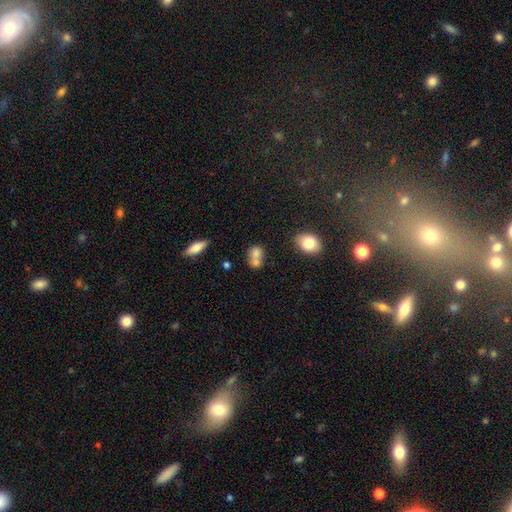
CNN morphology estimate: A smooth galaxy with no disk features (73%) that is round (51%).

Vote fractions:
- Smooth or featured? smooth: 73% / featured or disk: 16% / star or artifact: 11%
- How rounded? round: 51% / in between: 47% / cigar-shaped: 2%
- Merging? merger: 58% / none: 29% / minor disturbance: 9% / major disturbance: 4%